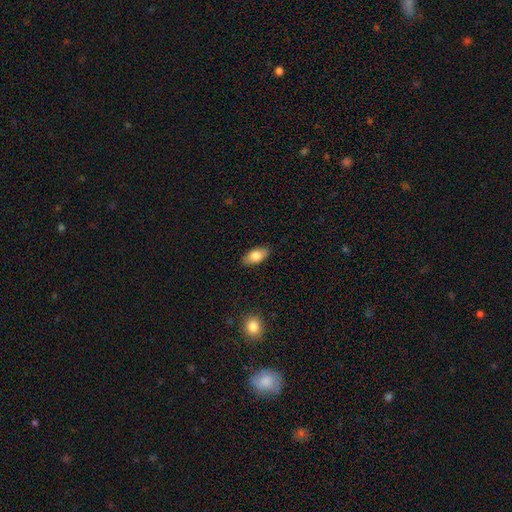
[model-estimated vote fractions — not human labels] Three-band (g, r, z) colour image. It shows a smooth galaxy with no disk features (81%) that is in between round and cigar-shaped (90%). Merging: none (87%).